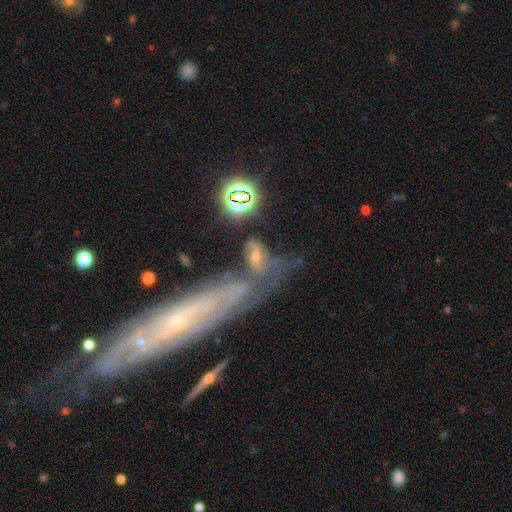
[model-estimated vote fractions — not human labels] smooth_or_featured: featured or disk (p=0.51) [alt: smooth p=0.25]
disk_edge_on: no (p=0.91) [alt: yes p=0.09]
merging: merger (p=0.34) [alt: none p=0.27]